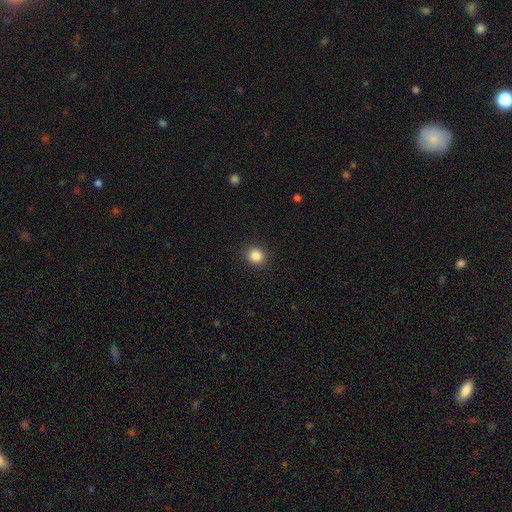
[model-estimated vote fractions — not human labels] Smooth or featured: smooth — 86% (star or artifact — 10%)
How rounded: round — 87% (in between — 12%)
Merging: none — 91% (minor disturbance — 6%)